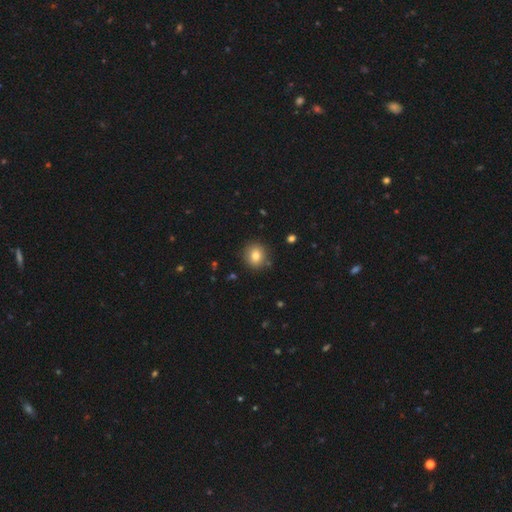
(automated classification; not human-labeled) A smooth galaxy with no disk features (79%) that is round (85%). Merging: none (88%).